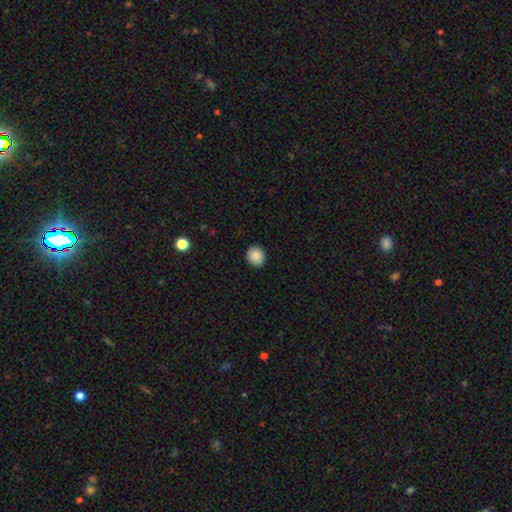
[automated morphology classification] A smooth galaxy with no disk features (89%) that is round (77%).

Vote fractions:
- Smooth or featured? smooth: 89% / star or artifact: 8% / featured or disk: 3%
- How rounded? round: 77% / in between: 22% / cigar-shaped: 1%
- Merging? none: 91% / minor disturbance: 6% / major disturbance: 2% / merger: 1%